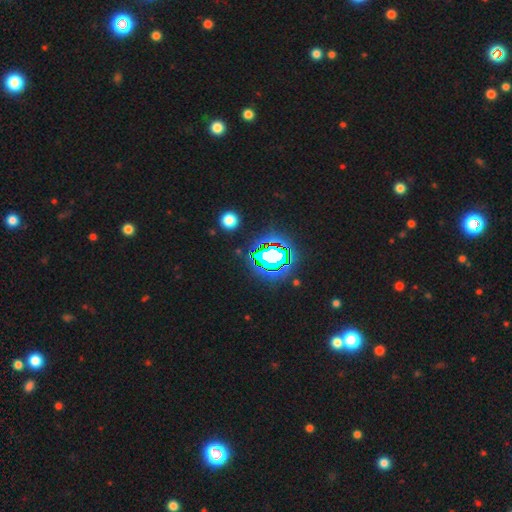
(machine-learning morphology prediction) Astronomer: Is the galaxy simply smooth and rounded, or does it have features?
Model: star or artifact — 83%.